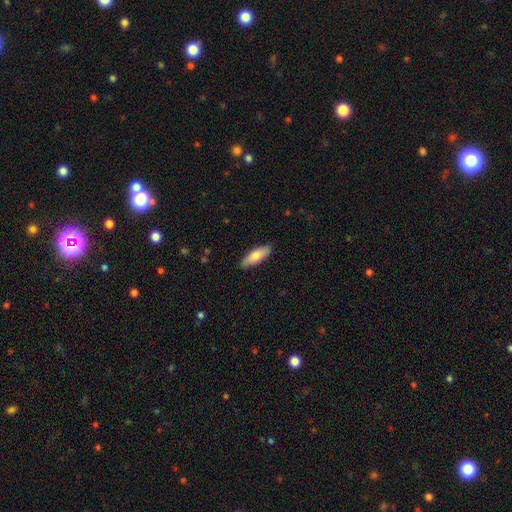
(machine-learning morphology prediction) Smooth or featured: smooth — 75% (featured or disk — 20%)
How rounded: in between — 57% (cigar-shaped — 42%)
Merging: none — 88% (minor disturbance — 9%)